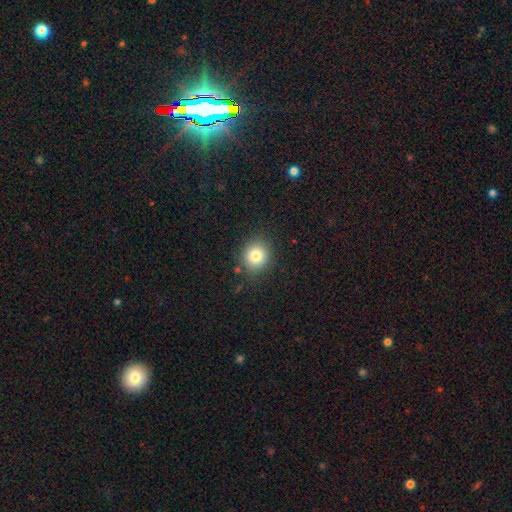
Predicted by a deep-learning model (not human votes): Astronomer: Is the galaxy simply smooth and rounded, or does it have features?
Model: smooth — 81%.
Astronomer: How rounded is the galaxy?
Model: round — 79%.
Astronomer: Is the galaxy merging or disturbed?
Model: none — 85%.